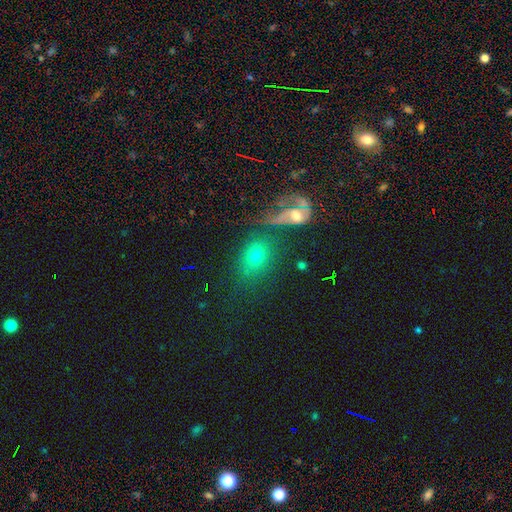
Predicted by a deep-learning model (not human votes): The model was most divided on "merging": none: 41%, merger: 31%, major disturbance: 14%, minor disturbance: 13%. More confident: smooth or featured — smooth (61%); how rounded — in between (61%).